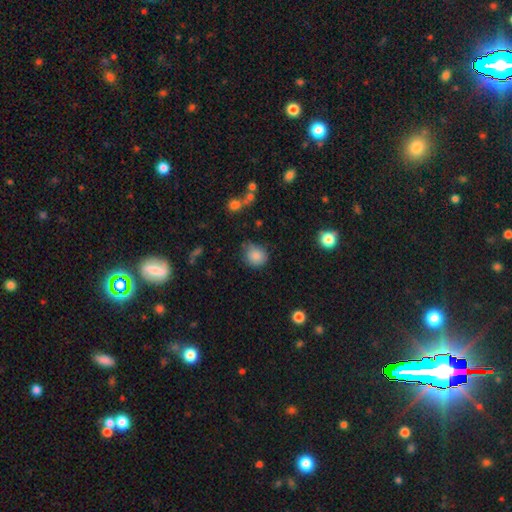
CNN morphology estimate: smooth-or-featured: smooth: 84% | star or artifact: 10% | featured or disk: 6%
  how-rounded: round: 82% | in between: 17% | cigar-shaped: 1%
  merging: none: 66% | minor disturbance: 25% | major disturbance: 6% | merger: 3%